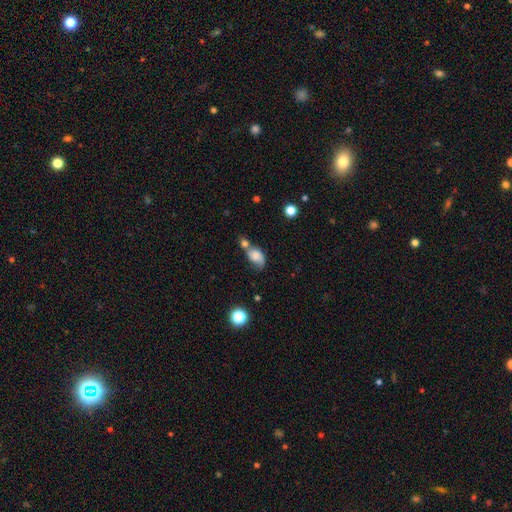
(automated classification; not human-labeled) Smooth or featured? Predicted: smooth (p=0.66). How rounded? Predicted: in between (p=0.81). Merging? Predicted: merger (p=0.41).